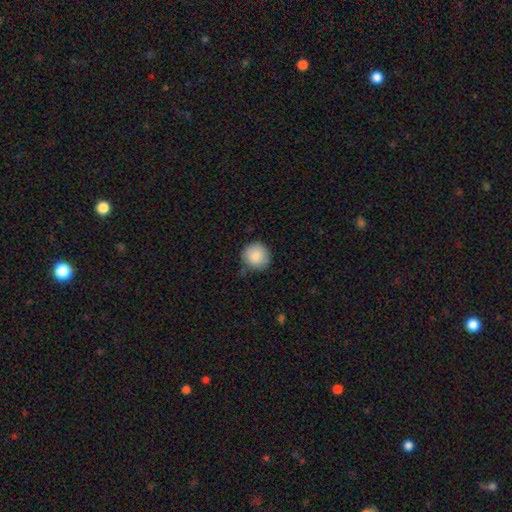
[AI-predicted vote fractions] Smooth or featured: smooth — 88% (star or artifact — 7%)
How rounded: round — 93% (in between — 6%)
Merging: none — 83% (minor disturbance — 13%)